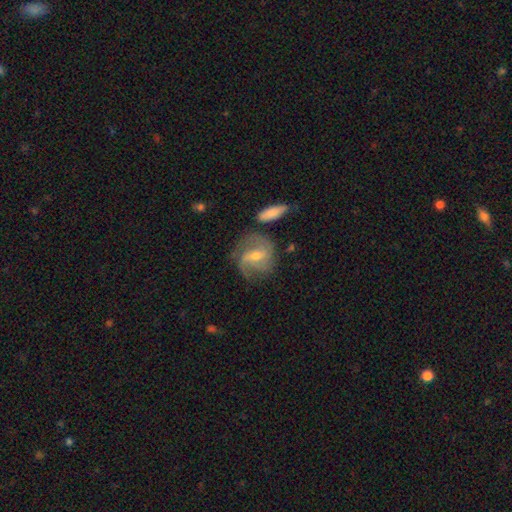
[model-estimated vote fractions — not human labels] Overall: featured or disk (76%). Edge-on disk: no (96%). Bar: weak (51%; no 29%). Spiral arms: yes (92%). Spiral arm count: 2 (44%; 3 23%). Spiral winding: medium (45%; loose 30%). Bulge size: moderate (50%; small 45%). Merging: none (64%).